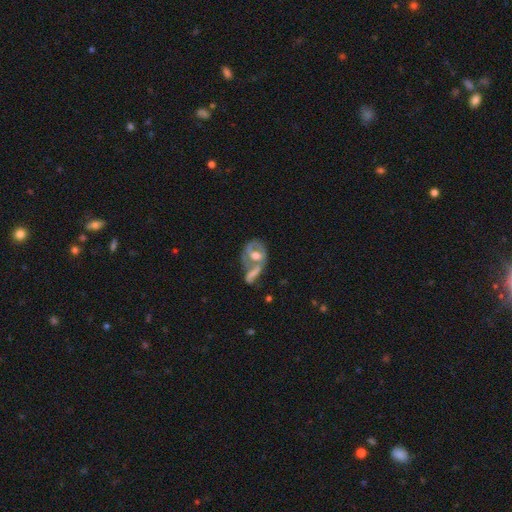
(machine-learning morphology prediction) smooth_or_featured: featured or disk (p=0.60) [alt: smooth p=0.32]
disk_edge_on: no (p=0.94) [alt: yes p=0.06]
bar: no (p=0.61) [alt: weak p=0.27]
has_spiral_arms: no (p=0.51) [alt: yes p=0.49]
bulge_size: moderate (p=0.65) [alt: large p=0.19]
merging: merger (p=0.51) [alt: none p=0.23]